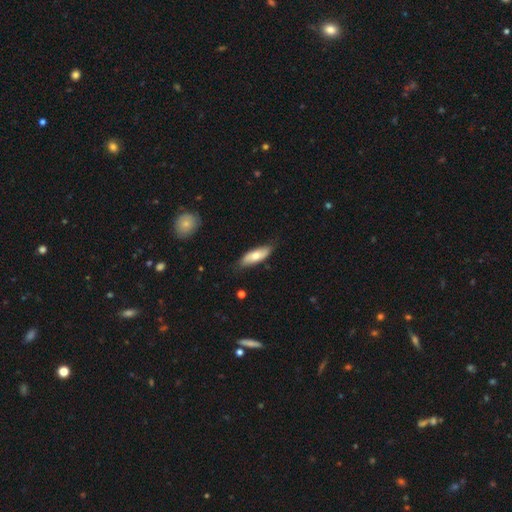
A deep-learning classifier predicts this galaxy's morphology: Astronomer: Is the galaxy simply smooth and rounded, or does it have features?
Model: smooth — 68%.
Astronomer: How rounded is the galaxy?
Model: in between — 60% (runner-up: cigar-shaped, 37%).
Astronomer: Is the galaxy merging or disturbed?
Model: none — 77%.